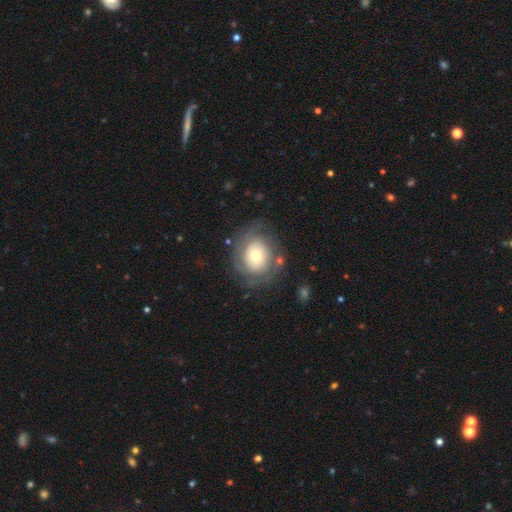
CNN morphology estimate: smooth-or-featured: featured or disk: 47% | smooth: 45% | star or artifact: 8%
  merging: none: 72% | minor disturbance: 16% | major disturbance: 10% | merger: 3%